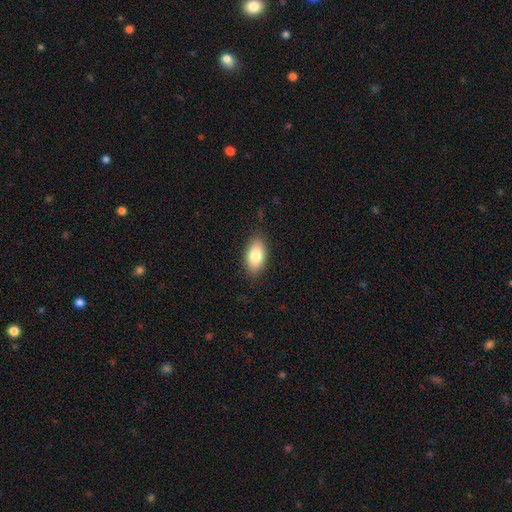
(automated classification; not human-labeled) This is clearly a smooth galaxy (82%). How rounded: clearly in between (92%). Merging: clearly none (85%).